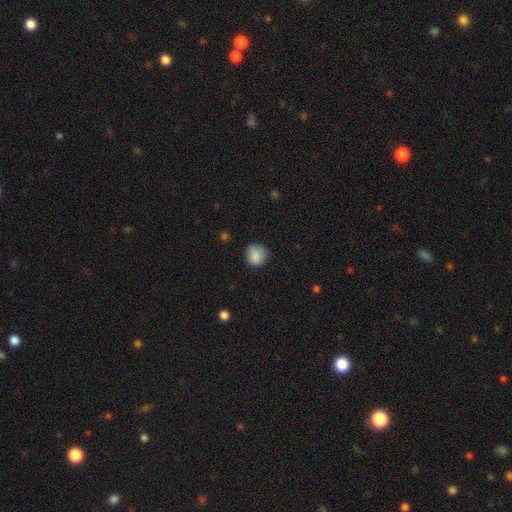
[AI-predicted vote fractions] Smooth or featured: smooth — 87% (star or artifact — 8%)
How rounded: round — 86% (in between — 13%)
Merging: none — 75% (minor disturbance — 20%)